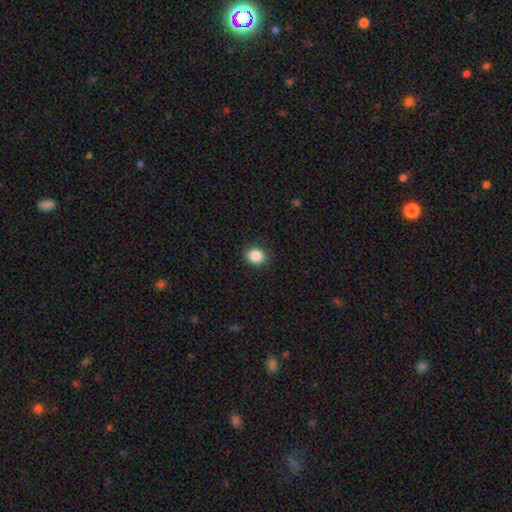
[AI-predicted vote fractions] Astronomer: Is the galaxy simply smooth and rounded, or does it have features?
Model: smooth — 88%.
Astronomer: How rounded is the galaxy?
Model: in between — 53% (runner-up: round, 46%).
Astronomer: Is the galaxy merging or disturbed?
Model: none — 90%.